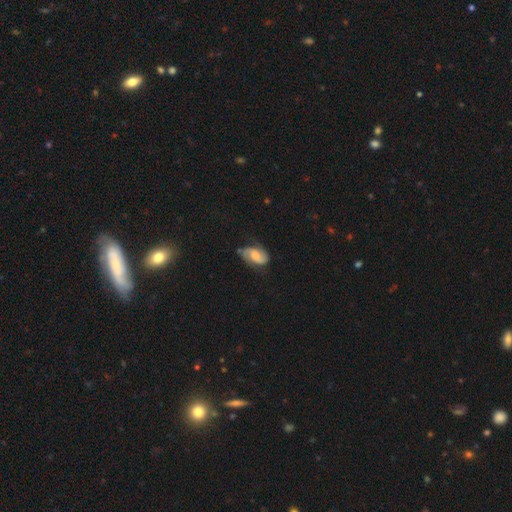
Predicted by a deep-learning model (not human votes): featured or disk 68%, smooth 25%, star or artifact 7%. Down the decision tree: edge-on disk — no (96%); bar — no (52%); spiral arms — yes (93%); spiral arm count — 2 (85%); spiral winding — medium (43%); bulge size — moderate (56%); merging — none (65%).